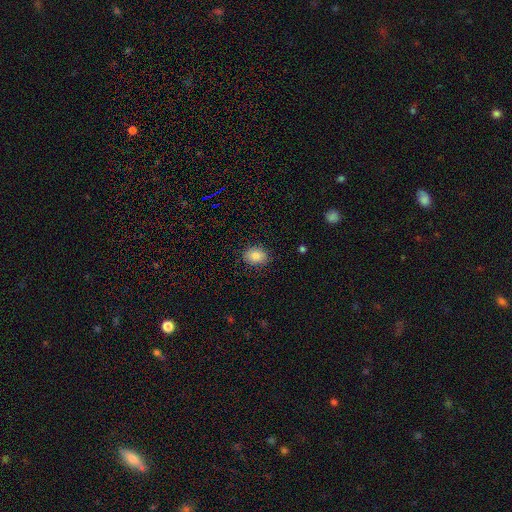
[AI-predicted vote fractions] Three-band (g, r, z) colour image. It shows a smooth galaxy with no disk features (83%) that is in between round and cigar-shaped (61%). Merging: none (85%).